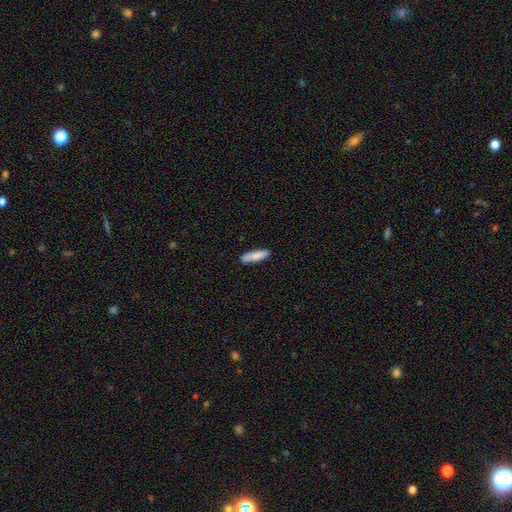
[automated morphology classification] A smooth galaxy with no disk features (86%) that is cigar-shaped (66%).

Vote fractions:
- Smooth or featured? smooth: 86% / featured or disk: 8% / star or artifact: 6%
- How rounded? cigar-shaped: 66% / in between: 33% / round: 2%
- Merging? none: 86% / minor disturbance: 11% / major disturbance: 2% / merger: 1%